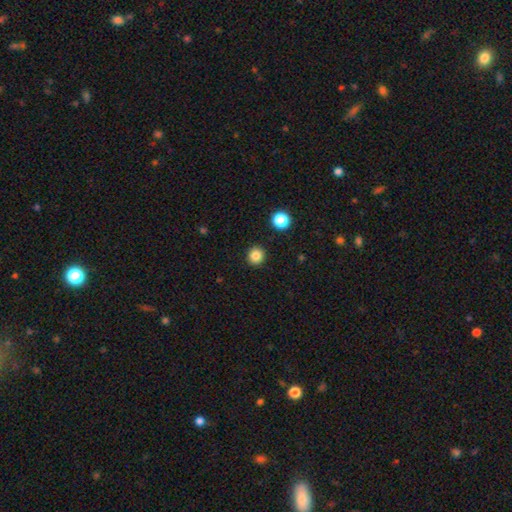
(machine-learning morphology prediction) This appears to be a smooth galaxy with no disk features (84%) that is round (93%). Merging: none (92%).